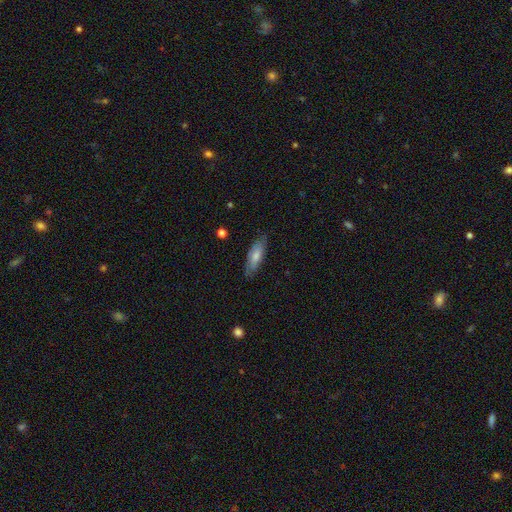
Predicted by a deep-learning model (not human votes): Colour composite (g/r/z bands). It shows a smooth galaxy with no disk features (65%) that is in between round and cigar-shaped (55%). Merging: none (79%).